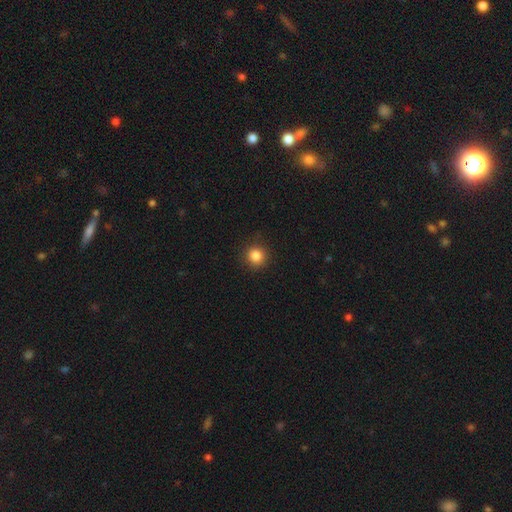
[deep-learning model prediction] smooth 84%, star or artifact 11%, featured or disk 4%. Down the decision tree: how rounded — round (94%); merging — none (91%).